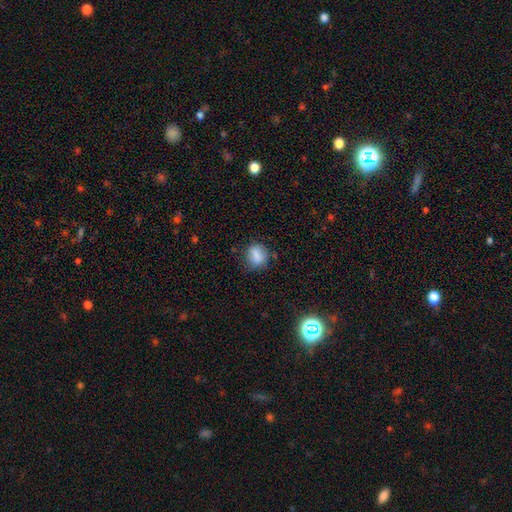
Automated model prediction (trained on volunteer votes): The model was most divided on "how rounded": round: 57%, in between: 40%, cigar-shaped: 2%. More confident: smooth or featured — smooth (80%); merging — none (70%).